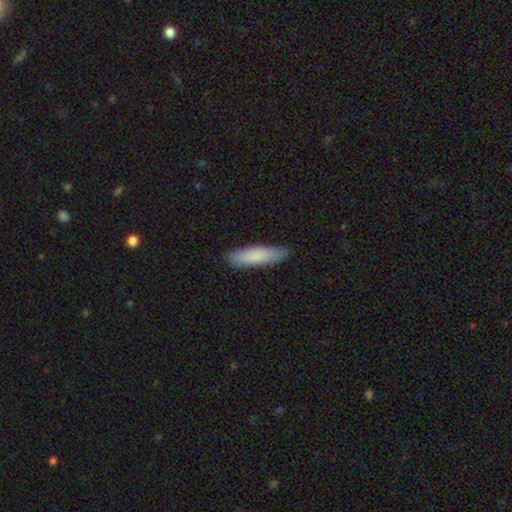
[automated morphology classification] Smooth or featured? Predicted: smooth (p=0.84). How rounded? Predicted: cigar-shaped (p=0.70). Merging? Predicted: none (p=0.89).